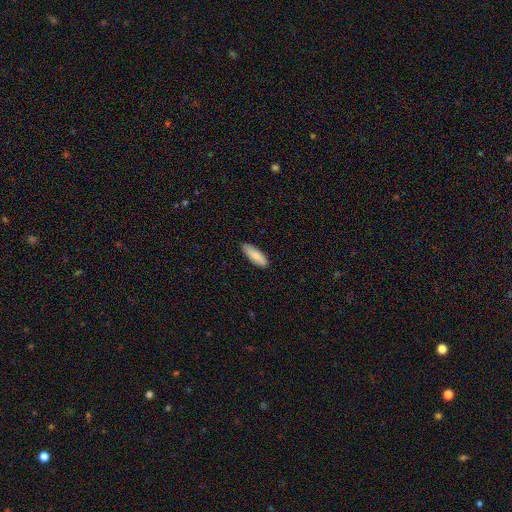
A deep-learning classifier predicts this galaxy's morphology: Overall: smooth (84%). How rounded: in between (61%; cigar-shaped 38%). Merging: none (86%).